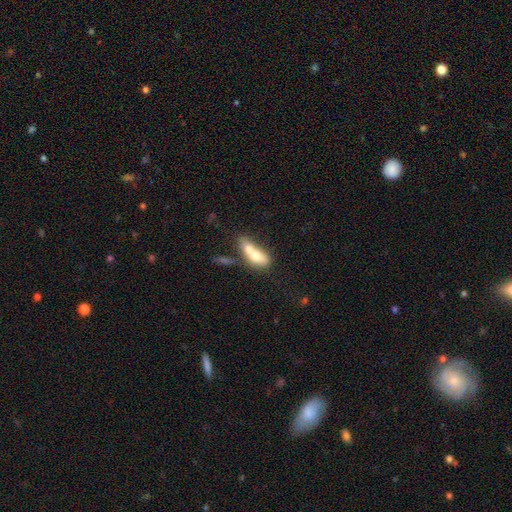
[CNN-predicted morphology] A smooth galaxy with no disk features (63%) that is in between round and cigar-shaped (71%).

Vote fractions:
- Smooth or featured? smooth: 63% / featured or disk: 29% / star or artifact: 8%
- How rounded? in between: 71% / round: 17% / cigar-shaped: 12%
- Merging? merger: 75% / none: 13% / minor disturbance: 6% / major disturbance: 5%